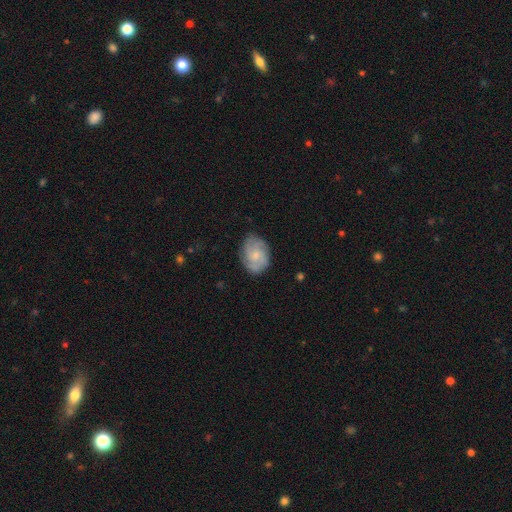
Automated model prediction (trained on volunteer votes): Smooth or featured? Predicted: featured or disk (p=0.70). Edge-on disk? Predicted: no (p=0.98). Bar? Predicted: no (p=0.65). Spiral arms? Predicted: yes (p=0.94). Spiral winding? Predicted: tight (p=0.48). Spiral arm count? Predicted: 3 (p=0.35). Bulge size? Predicted: small (p=0.56). Merging? Predicted: none (p=0.77).